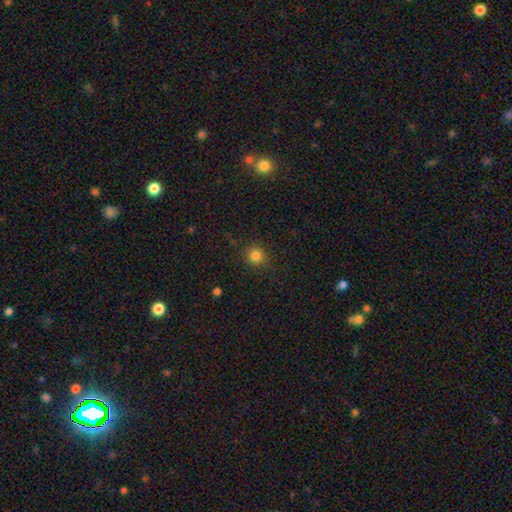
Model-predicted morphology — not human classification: Overall: smooth (82%). How rounded: round (92%). Merging: none (88%).